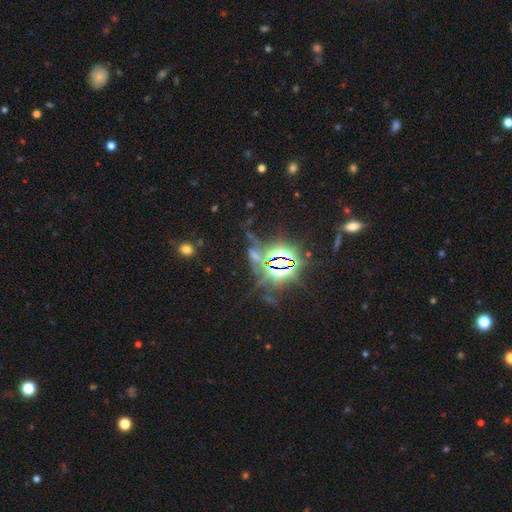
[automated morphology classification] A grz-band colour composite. It shows a star or artifact, not a galaxy (78%).